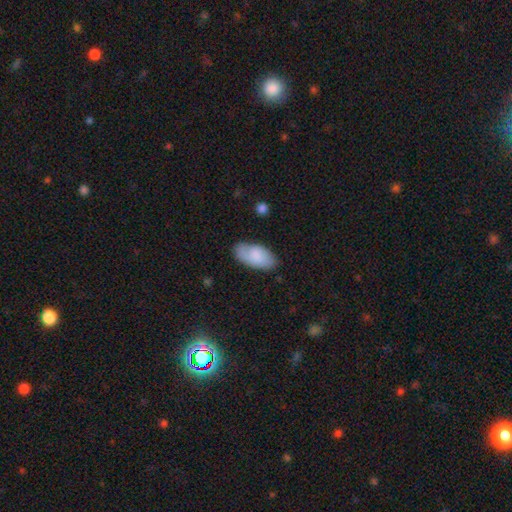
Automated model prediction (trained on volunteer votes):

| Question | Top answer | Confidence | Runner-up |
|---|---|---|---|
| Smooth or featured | smooth | 77% | featured or disk (17%) |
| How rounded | in between | 95% | cigar-shaped (3%) |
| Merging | none | 71% | minor disturbance (22%) |